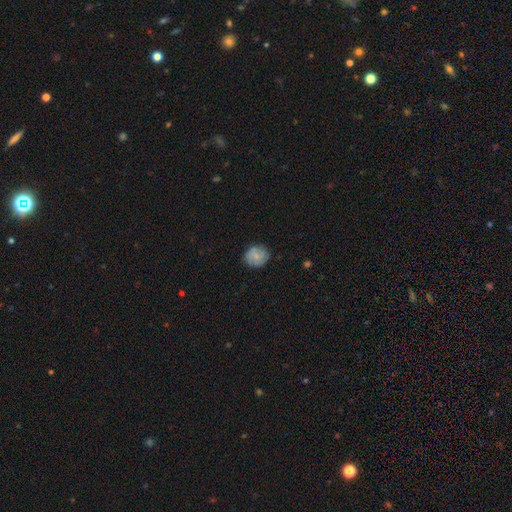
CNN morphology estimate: Overall: smooth (61%; featured or disk 31%). How rounded: round (76%). Merging: none (76%).